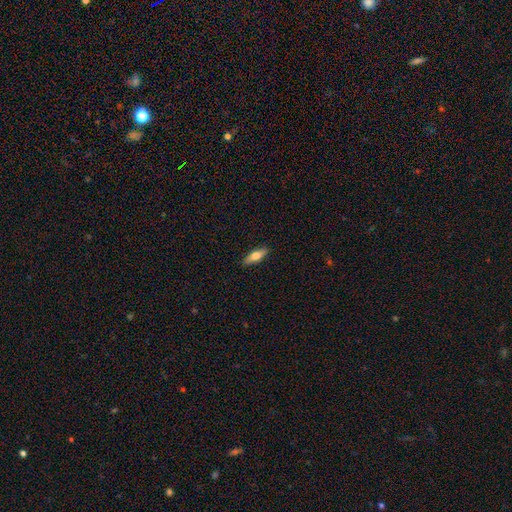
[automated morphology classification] type=smooth (66%); roundness=in between (52%); merging=none (88%).